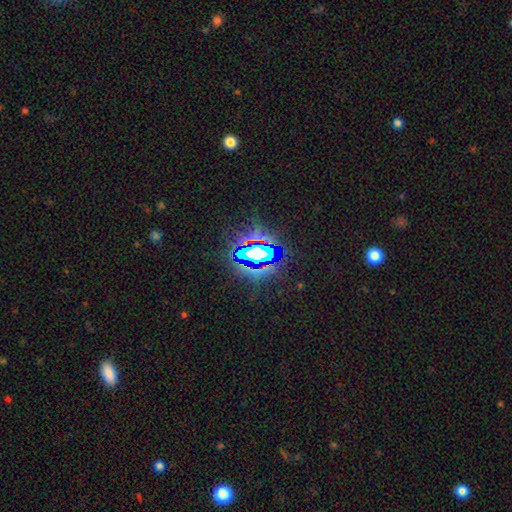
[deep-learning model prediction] smooth_or_featured: star or artifact (p=0.73) [alt: smooth p=0.14]